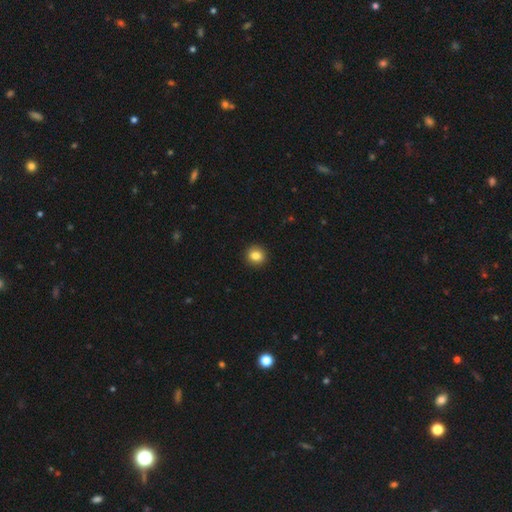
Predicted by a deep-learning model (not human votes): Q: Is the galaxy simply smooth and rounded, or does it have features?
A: smooth — 84%.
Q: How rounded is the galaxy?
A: round — 86%.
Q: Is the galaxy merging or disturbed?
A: none — 93%.